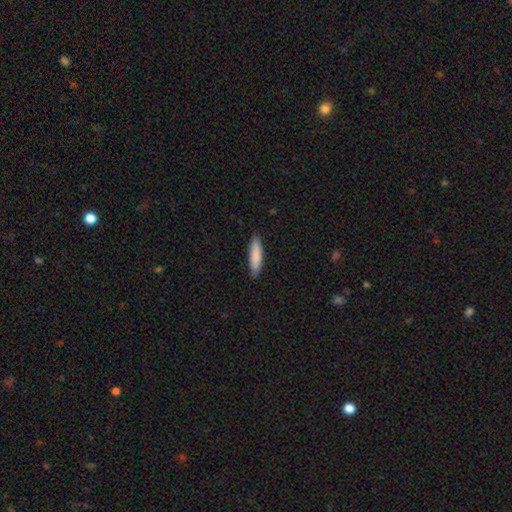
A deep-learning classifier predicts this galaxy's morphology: Smooth or featured? Predicted: smooth (p=0.86). How rounded? Predicted: cigar-shaped (p=0.73). Merging? Predicted: none (p=0.88).